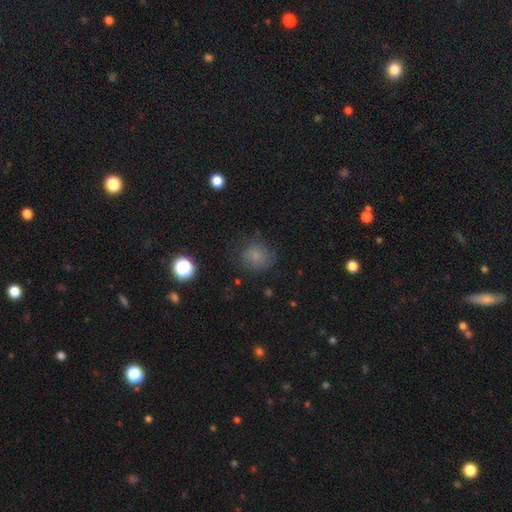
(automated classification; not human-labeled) Overall: smooth (70%). How rounded: round (80%). Merging: none (70%).